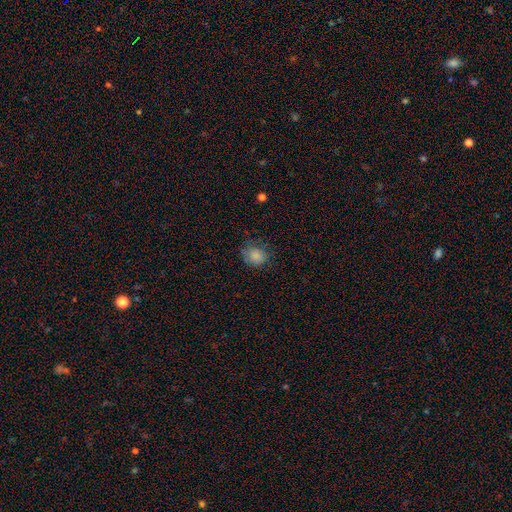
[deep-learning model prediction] A smooth galaxy with no disk features (83%) that is round (62%). Merging: none (67%).